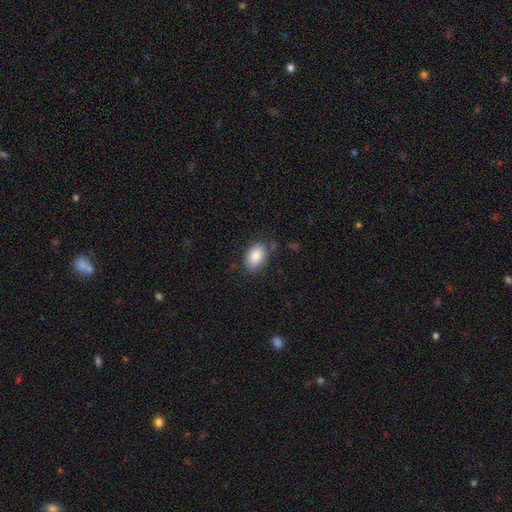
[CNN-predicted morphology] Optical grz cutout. It shows a smooth galaxy with no disk features (86%) that is in between round and cigar-shaped (88%). Merging: none (76%).